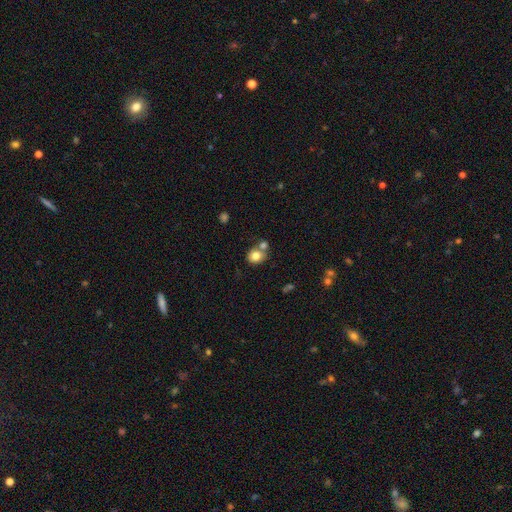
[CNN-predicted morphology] A smooth galaxy with no disk features (80%) that is round (72%).

Vote fractions:
- Smooth or featured? smooth: 80% / featured or disk: 10% / star or artifact: 10%
- How rounded? round: 72% / in between: 27% / cigar-shaped: 1%
- Merging? none: 51% / merger: 33% / minor disturbance: 11% / major disturbance: 4%